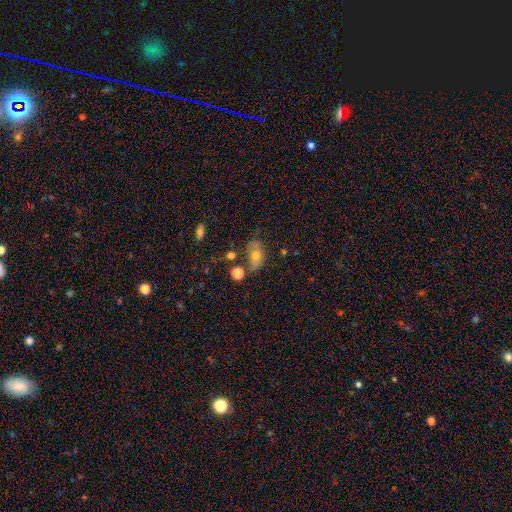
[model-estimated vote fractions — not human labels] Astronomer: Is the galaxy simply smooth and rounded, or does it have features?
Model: smooth — 58%.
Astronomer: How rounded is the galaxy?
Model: in between — 84%.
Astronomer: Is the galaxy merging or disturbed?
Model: none — 53%.